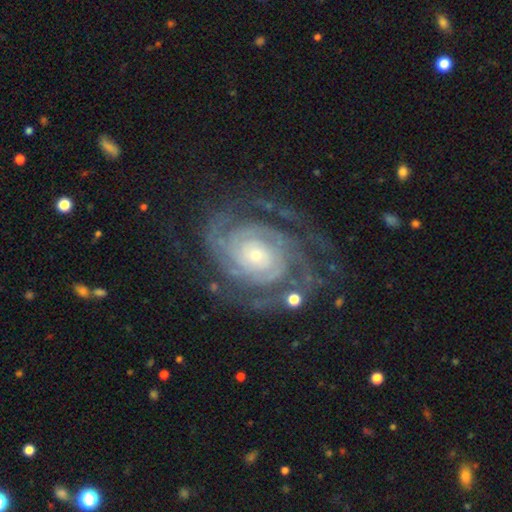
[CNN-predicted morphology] Smooth or featured? Predicted: featured or disk (p=0.92). Edge-on disk? Predicted: no (p=0.98). Bar? Predicted: no (p=0.76). Spiral arms? Predicted: yes (p=0.98). Spiral winding? Predicted: tight (p=0.78). Spiral arm count? Predicted: 2 (p=0.33). Bulge size? Predicted: small (p=0.70). Merging? Predicted: none (p=0.71).